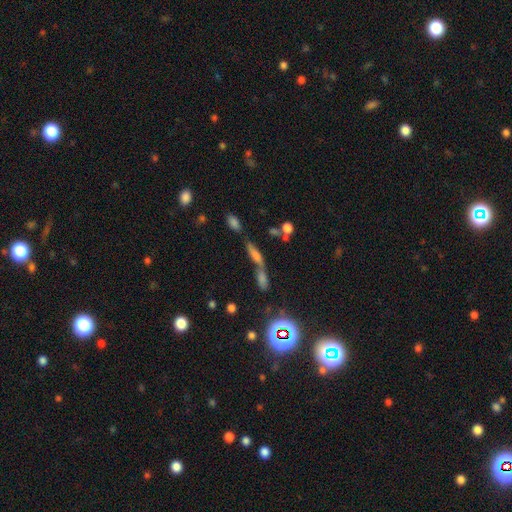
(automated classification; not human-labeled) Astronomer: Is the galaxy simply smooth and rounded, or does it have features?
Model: star or artifact — 38% (runner-up: smooth, 34%).